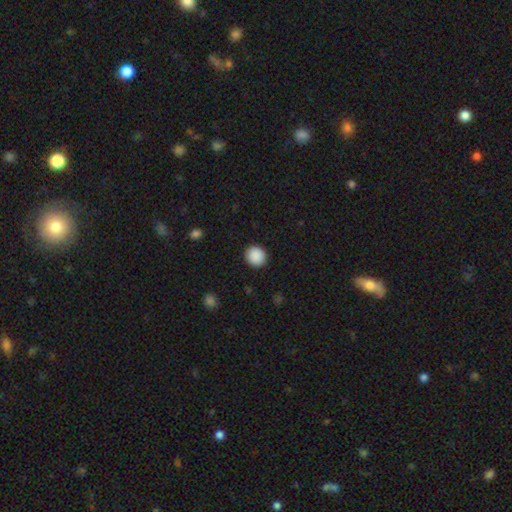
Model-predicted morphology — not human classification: type=smooth (90%); roundness=round (91%); merging=none (92%).